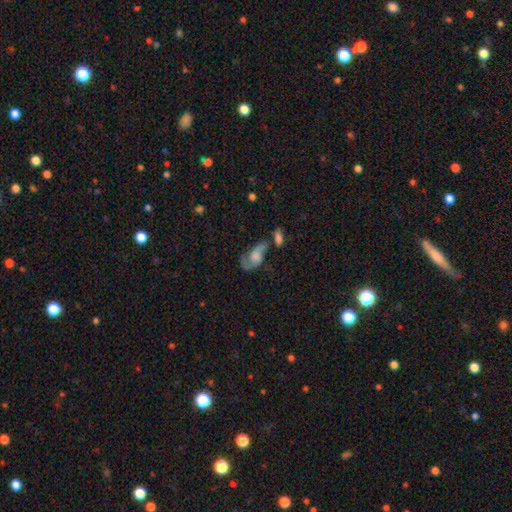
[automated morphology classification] A featured or disk galaxy (66%) with no bar (68%), 2 (70%) loose (50%) spiral arms (87%) and a large central bulge (30%).

Vote fractions:
- Smooth or featured? featured or disk: 66% / smooth: 26% / star or artifact: 9%
- Edge-on disk? no: 95% / yes: 5%
- Bar? no: 68% / weak: 27% / strong: 6%
- Spiral arms? yes: 87% / no: 13%
- Spiral winding? loose: 50% / medium: 37% / tight: 12%
- Spiral arm count? 2: 70% / 1: 22% / can't tell: 6% / 3: 1% / 4: 1% / more than 4: 1%
- Bulge size? large: 30% / moderate: 28% / none: 22% / small: 16% / dominant: 4%
- Merging? none: 35% / major disturbance: 25% / merger: 21% / minor disturbance: 19%